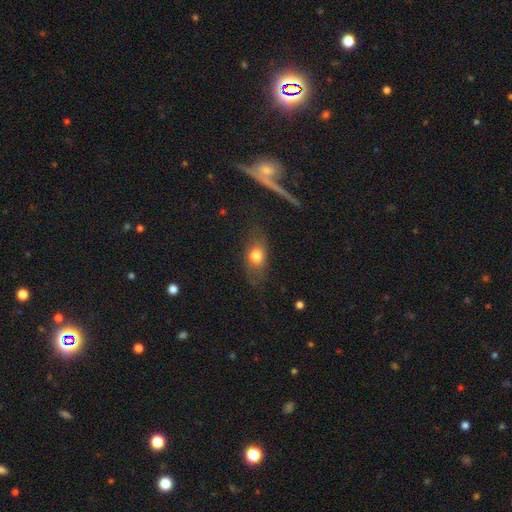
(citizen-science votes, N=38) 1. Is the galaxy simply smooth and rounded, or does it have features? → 79% smooth, 16% featured or disk, 5% star or artifact.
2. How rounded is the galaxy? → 87% in between, 10% round, 3% cigar-shaped.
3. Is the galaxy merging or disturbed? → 67% none, 17% minor disturbance, 17% major disturbance, 0% merger.